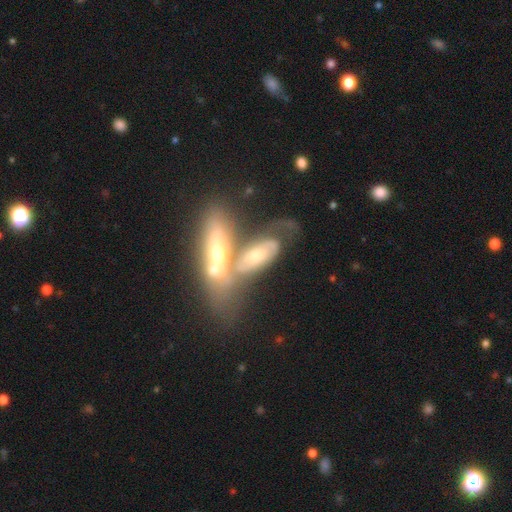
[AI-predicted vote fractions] A featured or disk galaxy (56%).

Vote fractions:
- Smooth or featured? featured or disk: 56% / smooth: 38% / star or artifact: 7%
- Edge-on disk? no: 76% / yes: 24%
- Merging? merger: 56% / none: 23% / minor disturbance: 12% / major disturbance: 9%